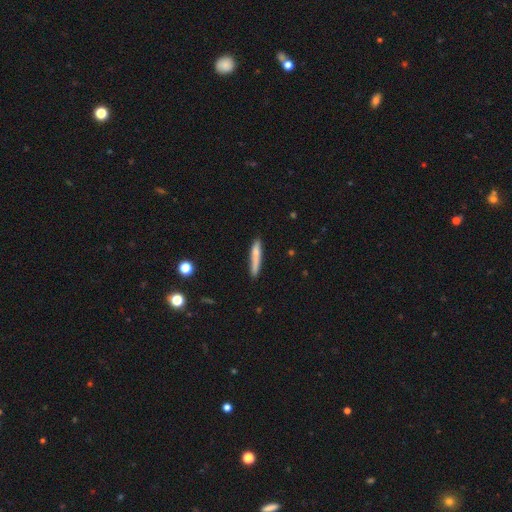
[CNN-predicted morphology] Smooth or featured?
  - smooth: 72% *
  - featured or disk: 22%
  - star or artifact: 6%
How rounded?
  - cigar-shaped: 92% *
  - in between: 6%
  - round: 2%
Merging?
  - none: 78% *
  - minor disturbance: 17%
  - major disturbance: 3%
  - merger: 3%